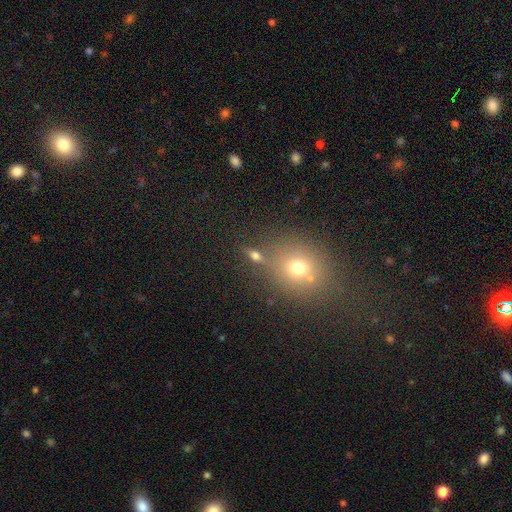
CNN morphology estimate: Smooth or featured? Predicted: smooth (p=0.61). How rounded? Predicted: in between (p=0.51). Merging? Predicted: none (p=0.68).